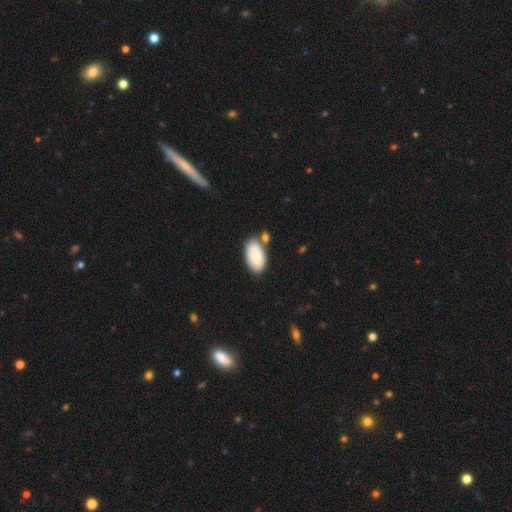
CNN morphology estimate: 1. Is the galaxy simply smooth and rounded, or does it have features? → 75% smooth, 19% featured or disk, 6% star or artifact.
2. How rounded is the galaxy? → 95% in between, 3% round, 2% cigar-shaped.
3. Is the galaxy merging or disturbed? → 60% none, 19% merger, 17% minor disturbance, 4% major disturbance.